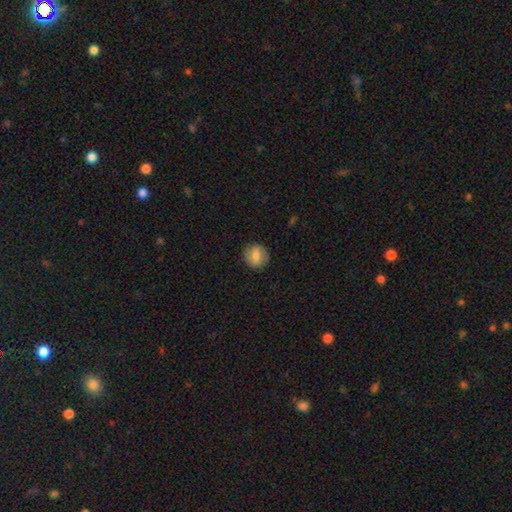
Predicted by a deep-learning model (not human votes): smooth-or-featured: smooth: 79% | featured or disk: 13% | star or artifact: 8%
  how-rounded: round: 86% | in between: 13% | cigar-shaped: 1%
  merging: none: 86% | minor disturbance: 10% | major disturbance: 3% | merger: 1%